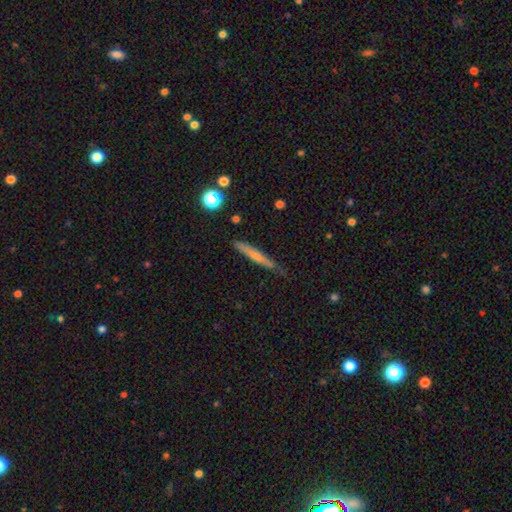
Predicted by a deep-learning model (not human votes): This appears to be a featured or disk galaxy (48%). Merging: none (79%).